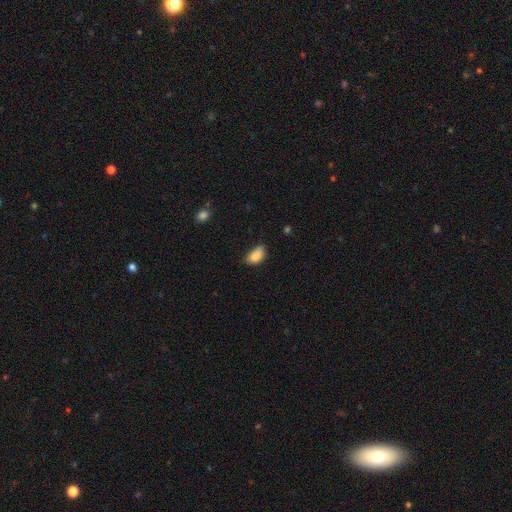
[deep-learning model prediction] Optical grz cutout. It shows a smooth galaxy with no disk features (86%) that is in between round and cigar-shaped (91%). Merging: none (54%).